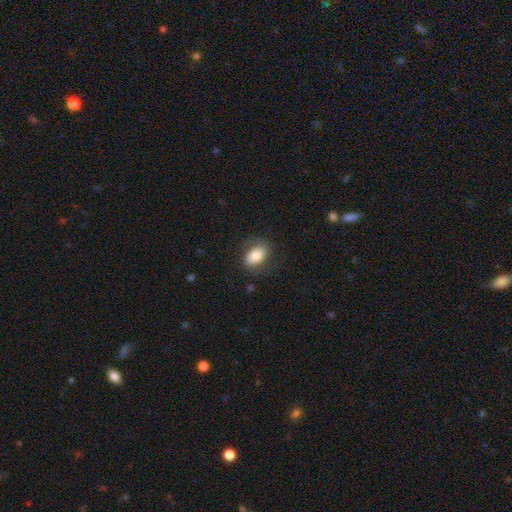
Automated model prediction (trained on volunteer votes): Morphology: type=smooth (75%); roundness=in between (88%); merging=none (75%).